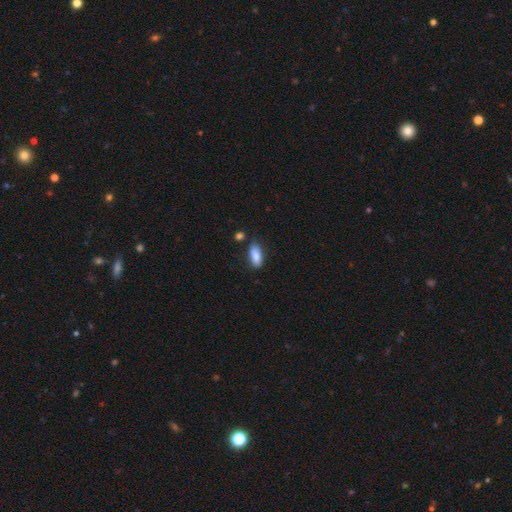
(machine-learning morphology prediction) Q: Smooth or featured?
A: smooth (83%); runner-up: featured or disk (10%)
Q: How rounded?
A: in between (81%); runner-up: cigar-shaped (17%)
Q: Merging?
A: none (77%); runner-up: minor disturbance (16%)